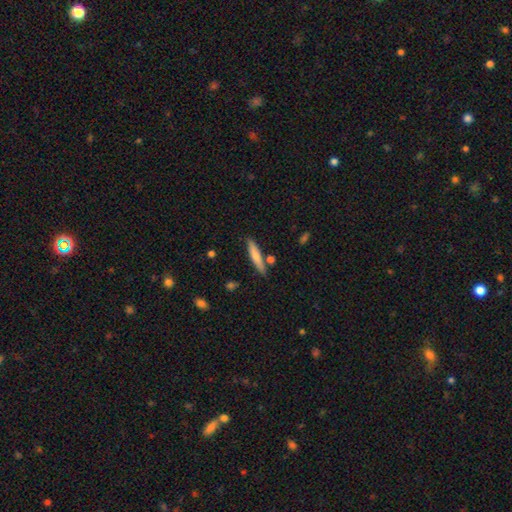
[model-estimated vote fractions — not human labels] Smooth or featured?
  - smooth: 72% *
  - featured or disk: 22%
  - star or artifact: 6%
How rounded?
  - cigar-shaped: 89% *
  - in between: 9%
  - round: 1%
Merging?
  - none: 81% *
  - minor disturbance: 11%
  - merger: 6%
  - major disturbance: 2%